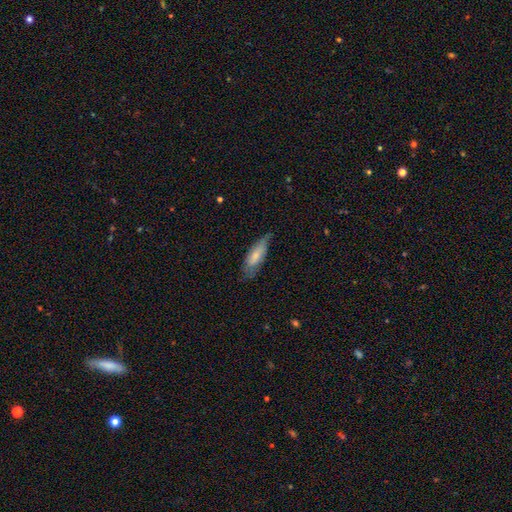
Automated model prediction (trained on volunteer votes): A smooth galaxy with no disk features (64%) that is in between round and cigar-shaped (63%). Merging: none (56%).